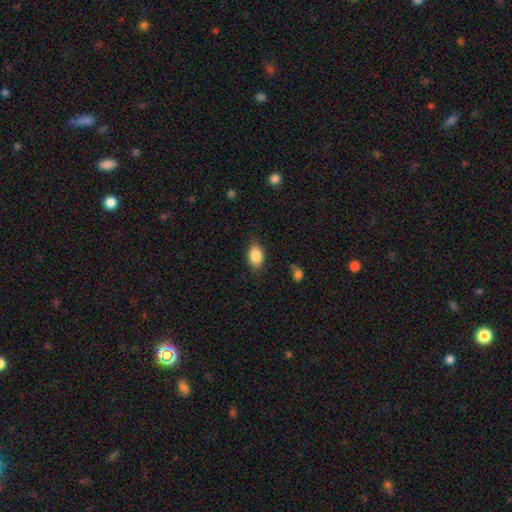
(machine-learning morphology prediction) The model was most divided on "merging": none: 82%, minor disturbance: 13%, major disturbance: 3%, merger: 1%. More confident: how rounded — in between (87%); smooth or featured — smooth (86%).